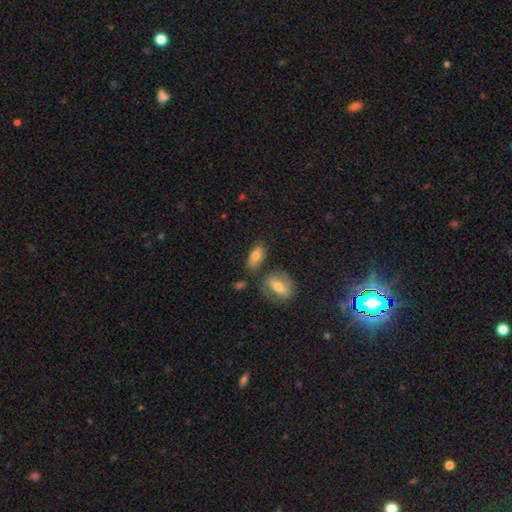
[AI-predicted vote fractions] smooth 75%, featured or disk 17%, star or artifact 8%. Down the decision tree: how rounded — in between (88%); merging — none (65%).